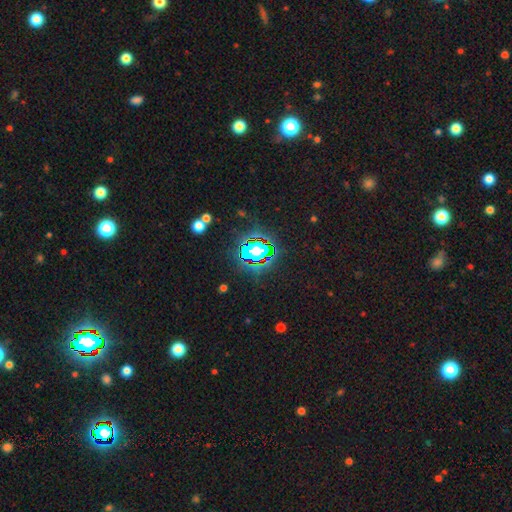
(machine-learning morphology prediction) smooth_or_featured: star or artifact (p=0.82) [alt: smooth p=0.11]